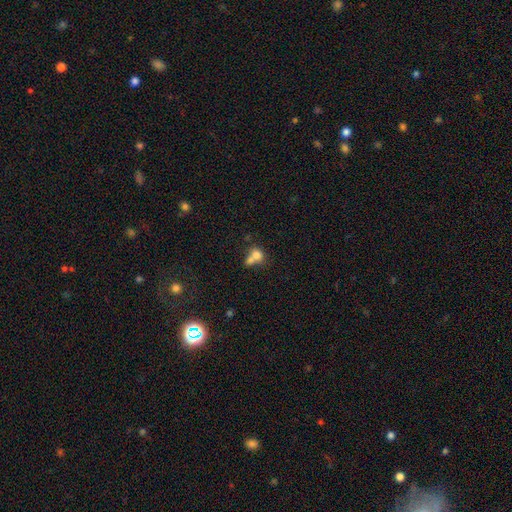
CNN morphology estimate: Overall: smooth (72%). How rounded: round (57%; in between 41%). Merging: merger (61%; none 26%).